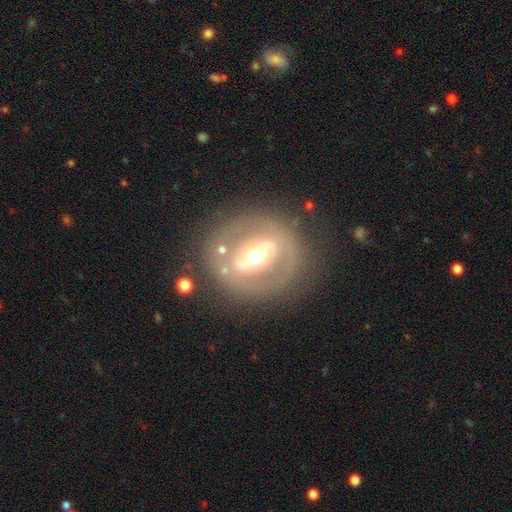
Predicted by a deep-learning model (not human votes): This is likely a featured or disk galaxy (67%). It is clearly not viewed edge-on (90%). Bar: possibly strong (51%). Spiral arm pattern: clearly no (82%). Central bulge: likely moderate (67%). Merging: likely none (76%).